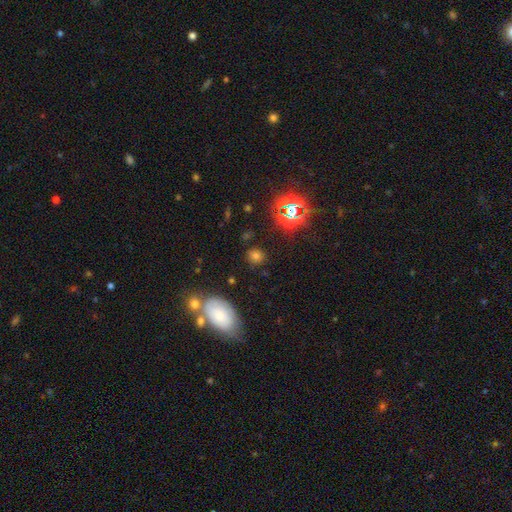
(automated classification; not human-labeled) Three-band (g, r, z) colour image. It shows a smooth galaxy with no disk features (66%) that is round (75%). Merging: none (81%).